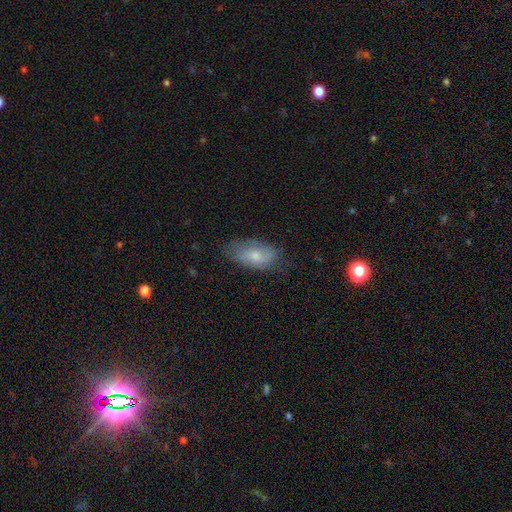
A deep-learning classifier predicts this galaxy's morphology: smooth 62%, featured or disk 30%, star or artifact 7%. Down the decision tree: how rounded — in between (91%); merging — none (62%).